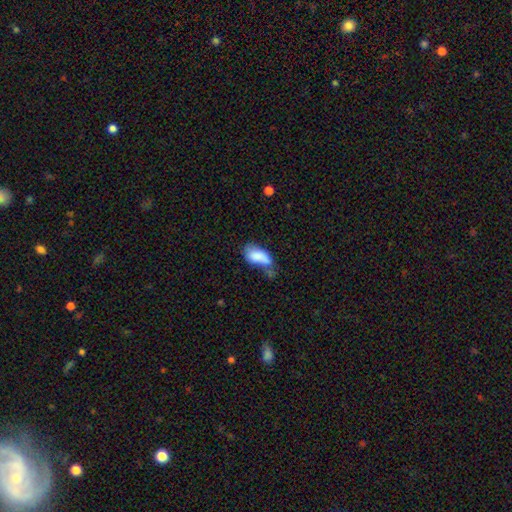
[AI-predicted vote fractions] smooth_or_featured: smooth (p=0.79) [alt: featured or disk p=0.14]
how_rounded: in between (p=0.92) [alt: cigar-shaped p=0.04]
merging: minor disturbance (p=0.32) [alt: none p=0.26]